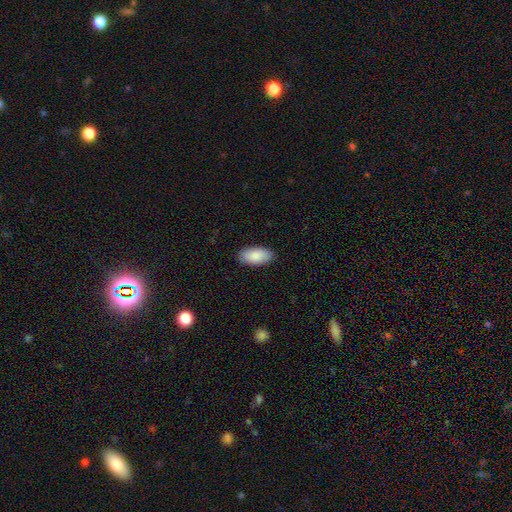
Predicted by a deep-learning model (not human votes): A smooth galaxy with no disk features (89%) that is in between round and cigar-shaped (94%). Merging: none (88%).